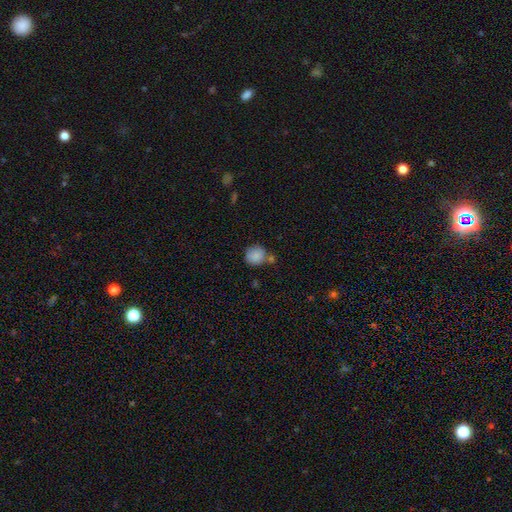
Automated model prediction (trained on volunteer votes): The model was most divided on "merging": none: 61%, merger: 20%, minor disturbance: 15%, major disturbance: 4%. More confident: how rounded — round (88%); smooth or featured — smooth (85%).